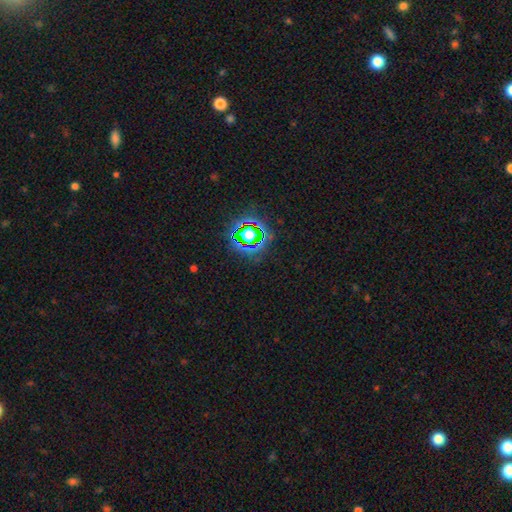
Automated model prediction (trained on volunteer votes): This appears to be a star or artifact, not a galaxy (71%).